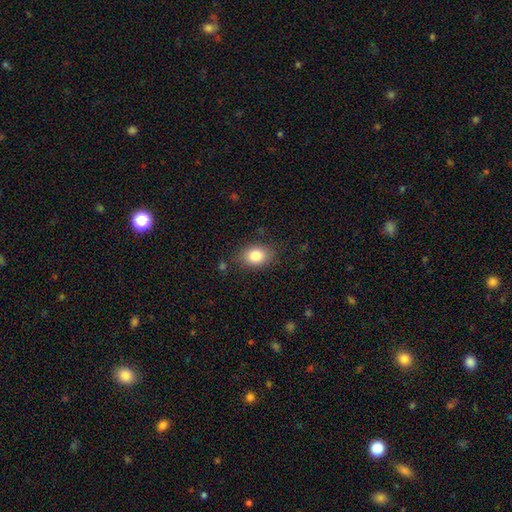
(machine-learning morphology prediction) This appears to be a smooth galaxy with no disk features (83%) that is in between round and cigar-shaped (70%). Merging: none (81%).